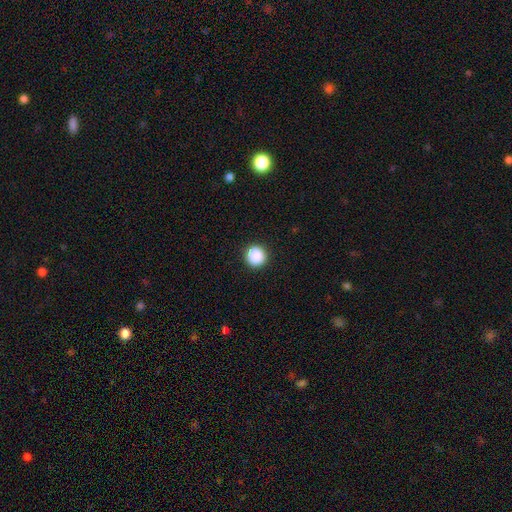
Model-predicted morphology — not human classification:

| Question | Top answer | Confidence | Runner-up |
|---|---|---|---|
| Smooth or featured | smooth | 89% | star or artifact (9%) |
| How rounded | round | 95% | in between (4%) |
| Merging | none | 93% | minor disturbance (5%) |